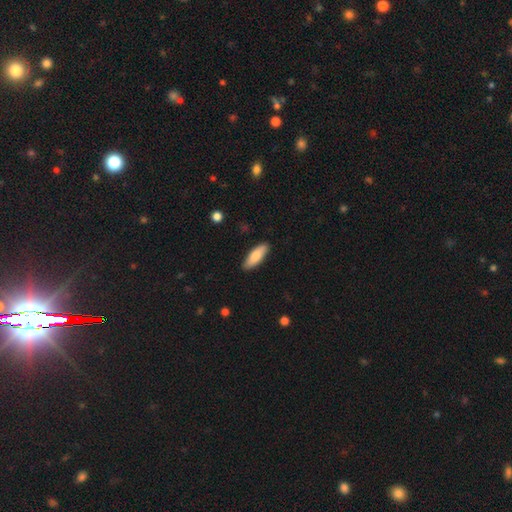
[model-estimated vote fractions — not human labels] smooth-or-featured: smooth: 81% | featured or disk: 14% | star or artifact: 5%
  how-rounded: in between: 60% | cigar-shaped: 38% | round: 2%
  merging: none: 88% | minor disturbance: 9% | major disturbance: 2% | merger: 1%